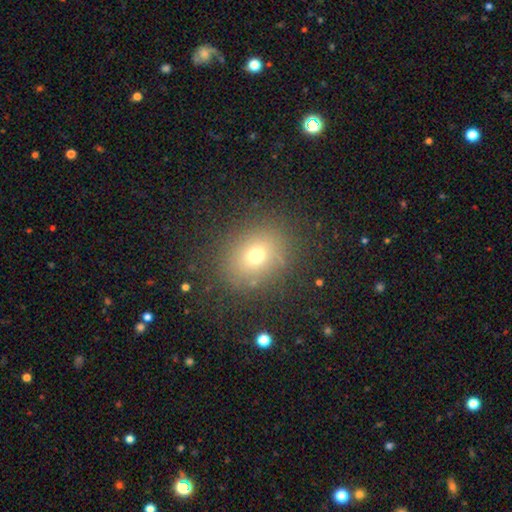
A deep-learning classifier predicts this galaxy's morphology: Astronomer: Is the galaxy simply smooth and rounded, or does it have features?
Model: smooth — 69%.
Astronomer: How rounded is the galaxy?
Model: round — 57% (runner-up: in between, 42%).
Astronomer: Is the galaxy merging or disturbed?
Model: none — 83%.